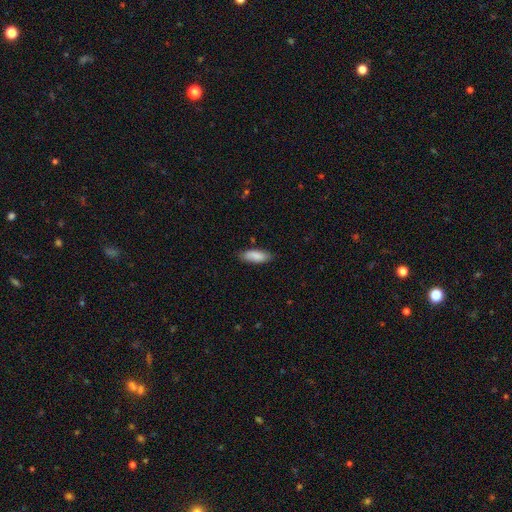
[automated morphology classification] A smooth galaxy with no disk features (86%) that is in between round and cigar-shaped (72%).

Vote fractions:
- Smooth or featured? smooth: 86% / featured or disk: 8% / star or artifact: 6%
- How rounded? in between: 72% / cigar-shaped: 26% / round: 2%
- Merging? none: 81% / minor disturbance: 15% / major disturbance: 3% / merger: 1%